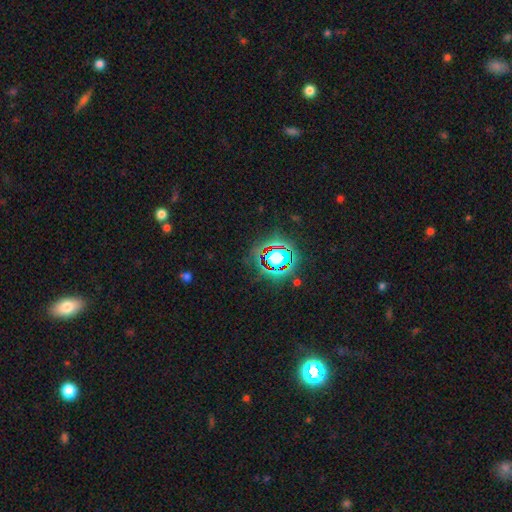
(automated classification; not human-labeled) smooth-or-featured: star or artifact: 78% | smooth: 14% | featured or disk: 8%